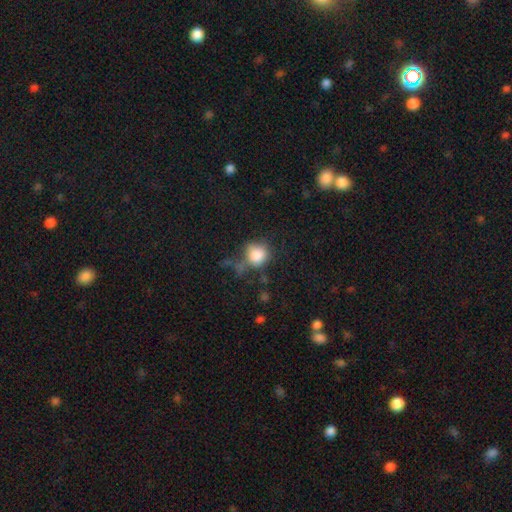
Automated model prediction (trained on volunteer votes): This appears to be a smooth galaxy with no disk features (83%) that is round (84%). Merging: none (52%).